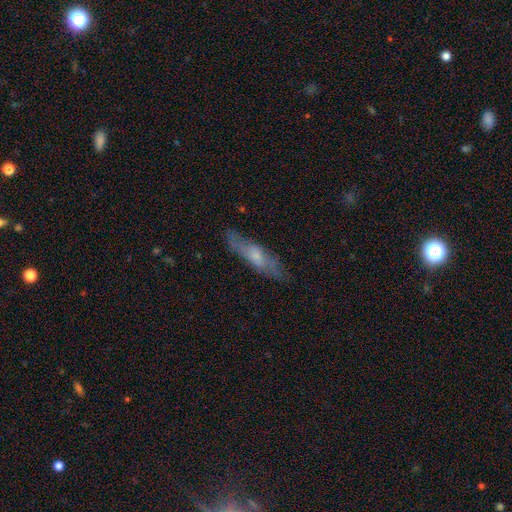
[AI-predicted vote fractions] Smooth or featured?
  - featured or disk: 47% *
  - smooth: 46%
  - star or artifact: 7%
Merging?
  - none: 75% *
  - minor disturbance: 18%
  - major disturbance: 5%
  - merger: 2%